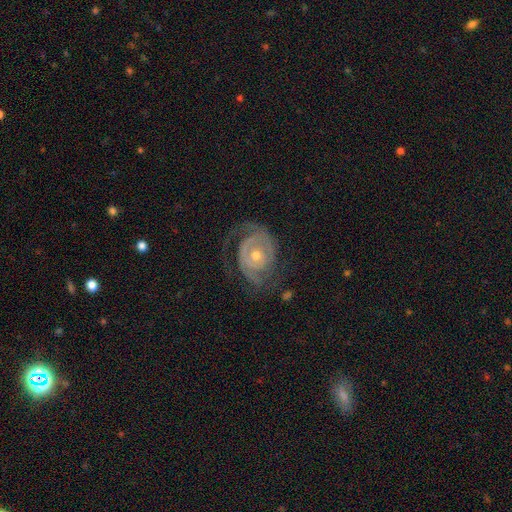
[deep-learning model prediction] A featured or disk galaxy (84%) with no bar (75%), 2 (53%) tight (56%) spiral arms (87%) and a moderate central bulge (52%).

Vote fractions:
- Smooth or featured? featured or disk: 84% / smooth: 10% / star or artifact: 6%
- Edge-on disk? no: 97% / yes: 3%
- Bar? no: 75% / weak: 19% / strong: 6%
- Spiral arms? yes: 87% / no: 13%
- Spiral winding? tight: 56% / medium: 31% / loose: 13%
- Spiral arm count? 2: 53% / can't tell: 22% / 1: 11% / 3: 8% / 4: 3% / more than 4: 3%
- Bulge size? moderate: 52% / small: 44% / large: 2% / none: 1% / dominant: 1%
- Merging? none: 58% / major disturbance: 21% / minor disturbance: 19% / merger: 2%